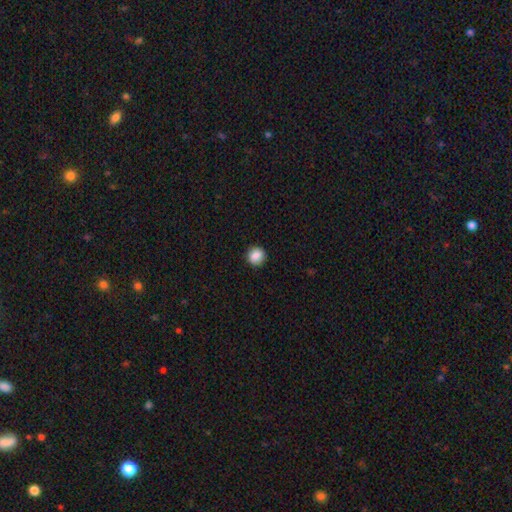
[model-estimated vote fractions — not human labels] Smooth or featured?
  - smooth: 86% *
  - star or artifact: 9%
  - featured or disk: 5%
How rounded?
  - round: 87% *
  - in between: 12%
  - cigar-shaped: 1%
Merging?
  - none: 90% *
  - minor disturbance: 7%
  - major disturbance: 2%
  - merger: 1%